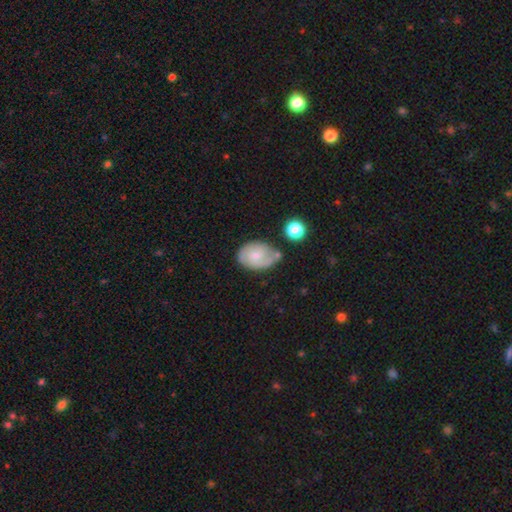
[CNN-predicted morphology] This is likely a featured or disk galaxy (69%). It is clearly not viewed edge-on (97%). Bar: likely no (62%). Spiral arm pattern: clearly yes (91%). Spiral arm count: likely 2 (67%). Spiral winding: marginally tight (45%). Central bulge: possibly small (55%). Merging: likely none (60%).